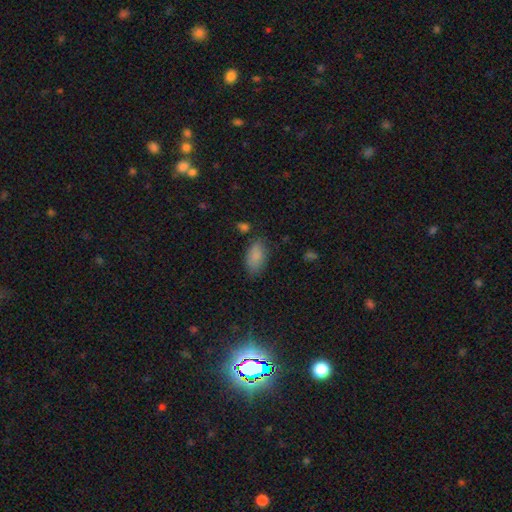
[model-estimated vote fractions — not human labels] smooth_or_featured: smooth (p=0.86) [alt: star or artifact p=0.09]
how_rounded: in between (p=0.92) [alt: round p=0.04]
merging: none (p=0.74) [alt: minor disturbance p=0.18]